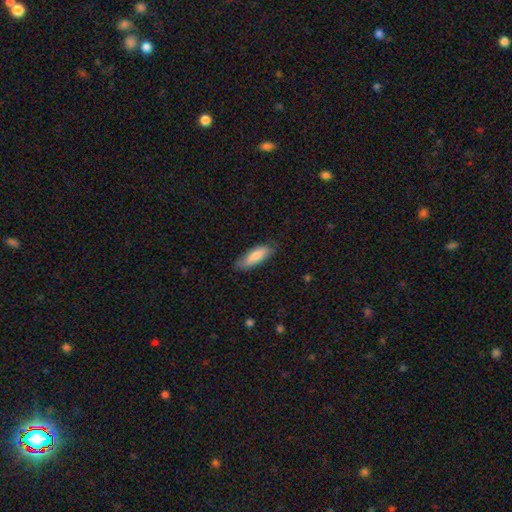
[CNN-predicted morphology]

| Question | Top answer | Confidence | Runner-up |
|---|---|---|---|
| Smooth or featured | smooth | 79% | featured or disk (15%) |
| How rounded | in between | 58% | cigar-shaped (41%) |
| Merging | none | 79% | minor disturbance (17%) |